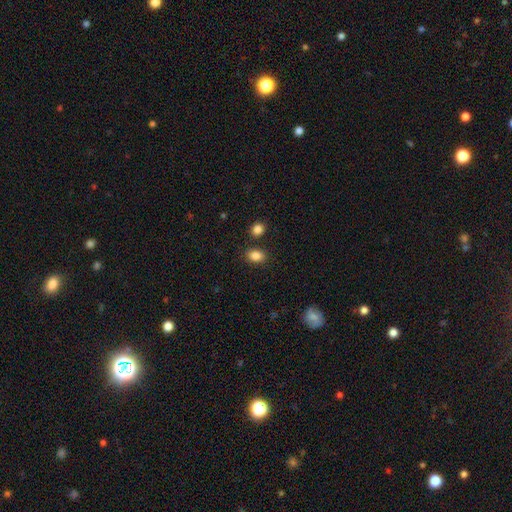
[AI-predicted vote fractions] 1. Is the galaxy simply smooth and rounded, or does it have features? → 85% smooth, 10% star or artifact, 5% featured or disk.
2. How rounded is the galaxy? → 67% in between, 32% round, 1% cigar-shaped.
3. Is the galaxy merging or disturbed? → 82% none, 9% minor disturbance, 6% merger, 3% major disturbance.